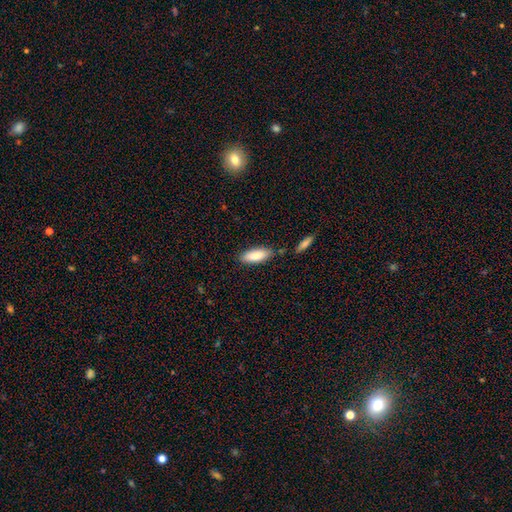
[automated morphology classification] type=smooth (85%); roundness=in between (65%); merging=none (79%).